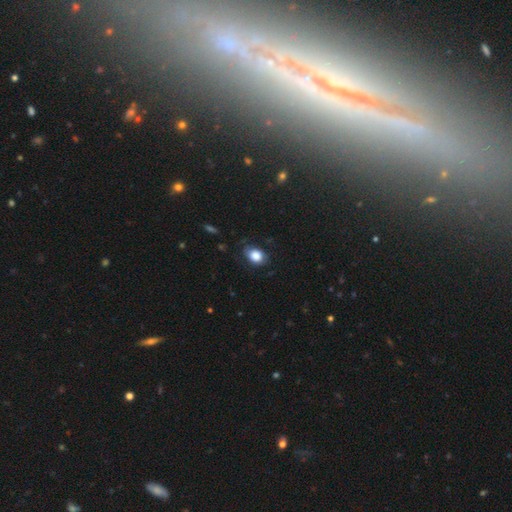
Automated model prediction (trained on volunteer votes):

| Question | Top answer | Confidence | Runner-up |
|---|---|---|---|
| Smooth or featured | smooth | 84% | star or artifact (9%) |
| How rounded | in between | 68% | round (30%) |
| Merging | none | 67% | minor disturbance (24%) |